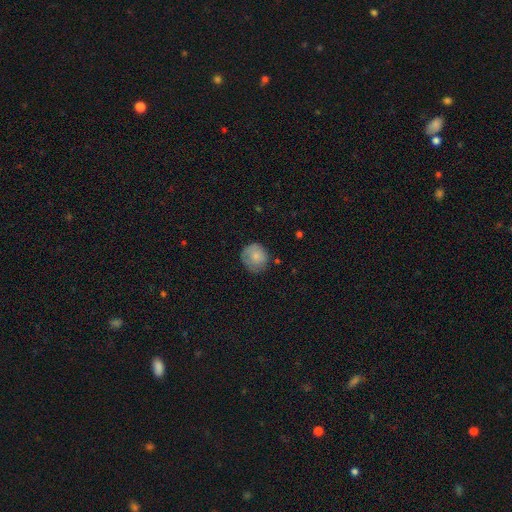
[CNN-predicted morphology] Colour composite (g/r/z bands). It shows a smooth galaxy with no disk features (76%) that is round (85%). Merging: none (67%).